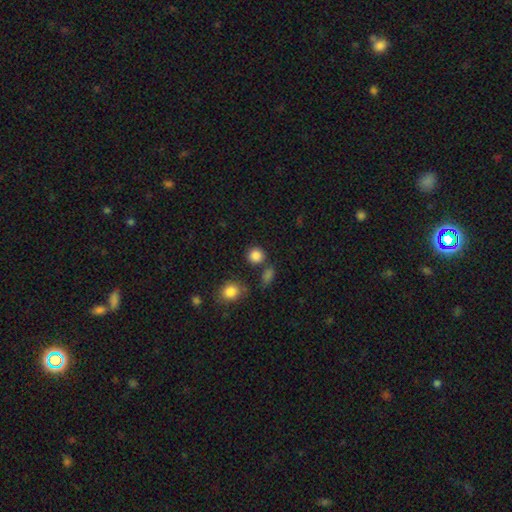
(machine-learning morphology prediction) Smooth or featured: smooth — 85% (star or artifact — 11%)
How rounded: round — 88% (in between — 11%)
Merging: none — 77% (merger — 10%)